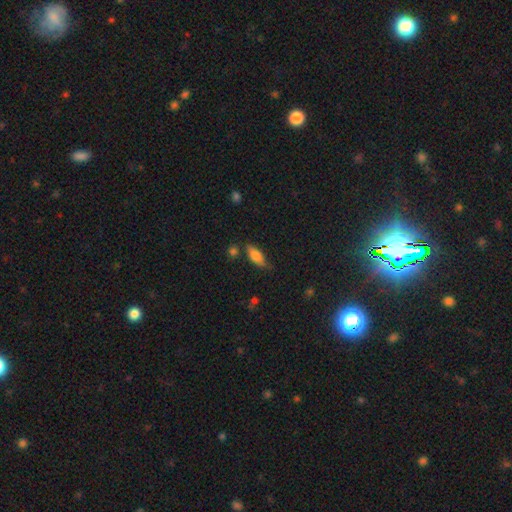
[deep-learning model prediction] Q: Smooth or featured?
A: smooth (74%); runner-up: featured or disk (19%)
Q: How rounded?
A: in between (71%); runner-up: cigar-shaped (26%)
Q: Merging?
A: none (69%); runner-up: minor disturbance (22%)